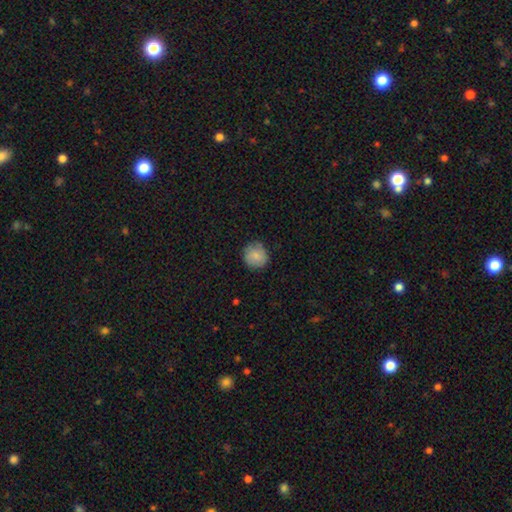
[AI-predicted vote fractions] A smooth galaxy with no disk features (84%) that is round (90%).

Vote fractions:
- Smooth or featured? smooth: 84% / featured or disk: 9% / star or artifact: 7%
- How rounded? round: 90% / in between: 9% / cigar-shaped: 1%
- Merging? none: 82% / minor disturbance: 14% / major disturbance: 3% / merger: 1%